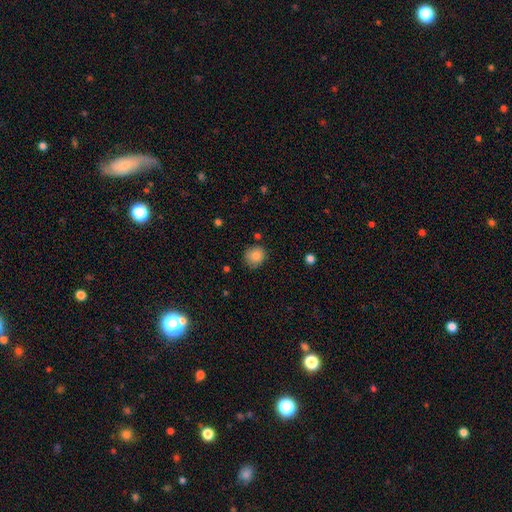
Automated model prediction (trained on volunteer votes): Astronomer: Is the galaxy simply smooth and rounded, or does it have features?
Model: smooth — 85%.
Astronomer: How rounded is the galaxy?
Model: round — 80%.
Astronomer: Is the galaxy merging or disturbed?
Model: none — 78%.